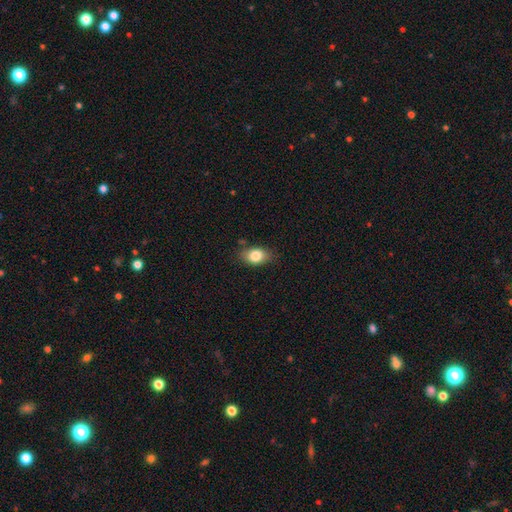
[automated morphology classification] Overall: smooth (82%). How rounded: in between (80%). Merging: none (78%).